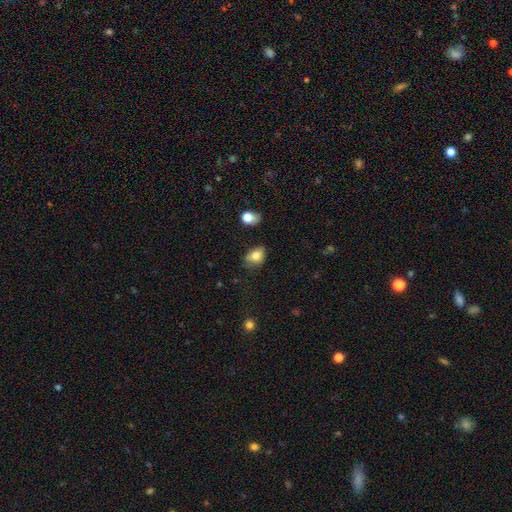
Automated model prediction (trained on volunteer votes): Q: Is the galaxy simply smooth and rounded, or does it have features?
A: smooth — 78%.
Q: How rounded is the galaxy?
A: in between — 72%.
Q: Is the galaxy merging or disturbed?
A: none — 58%.